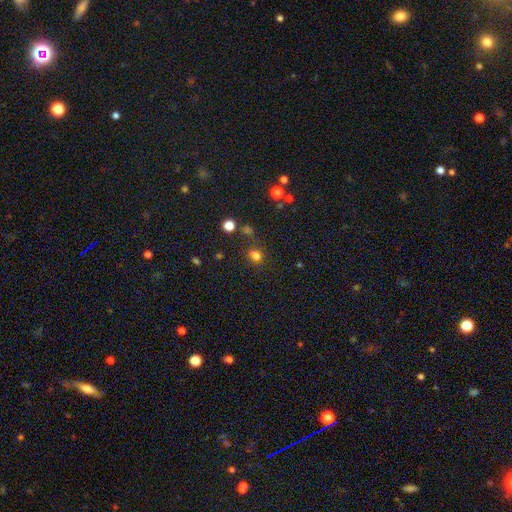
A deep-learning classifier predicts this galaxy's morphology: Smooth or featured? Predicted: smooth (p=0.74). How rounded? Predicted: in between (p=0.55). Merging? Predicted: none (p=0.67).